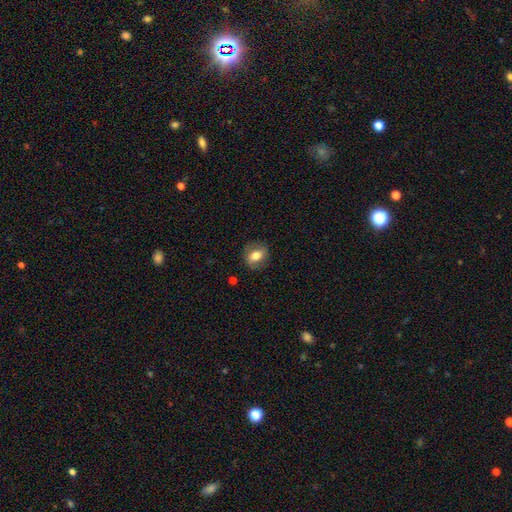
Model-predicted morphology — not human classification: Smooth or featured: smooth — 64% (featured or disk — 28%)
How rounded: in between — 58% (round — 40%)
Merging: none — 80% (minor disturbance — 14%)